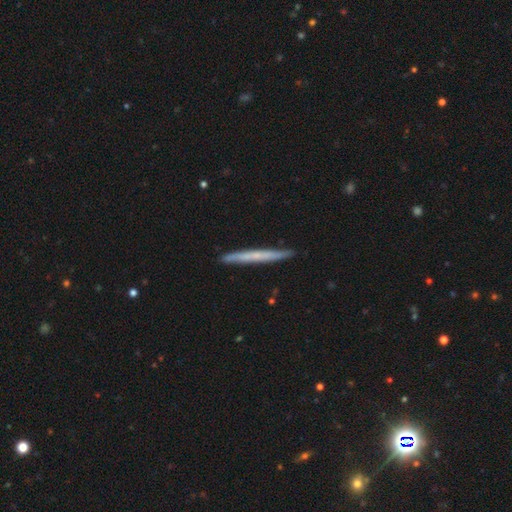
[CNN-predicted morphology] Overall: featured or disk (49%; smooth 45%). Merging: none (90%).